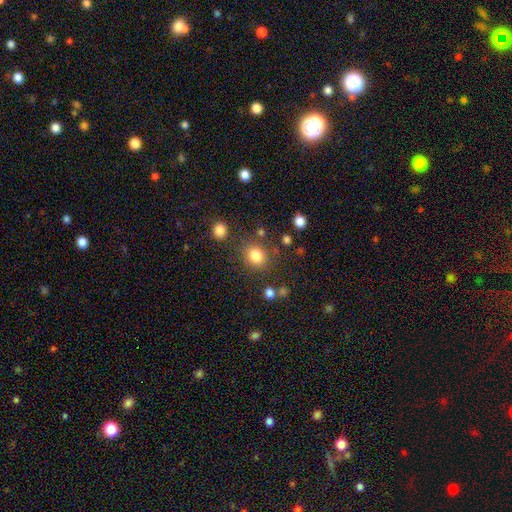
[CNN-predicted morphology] Smooth or featured: smooth — 82% (star or artifact — 12%)
How rounded: round — 80% (in between — 19%)
Merging: none — 80% (minor disturbance — 10%)